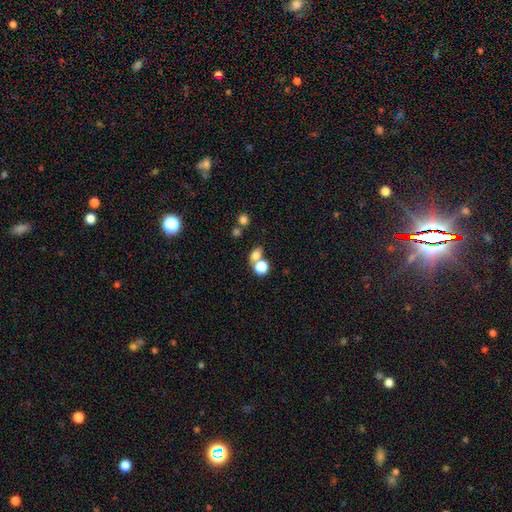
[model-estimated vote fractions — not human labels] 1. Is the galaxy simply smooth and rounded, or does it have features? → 75% smooth, 15% star or artifact, 9% featured or disk.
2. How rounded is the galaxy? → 51% in between, 47% round, 2% cigar-shaped.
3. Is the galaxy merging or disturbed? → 48% none, 38% merger, 9% minor disturbance, 5% major disturbance.